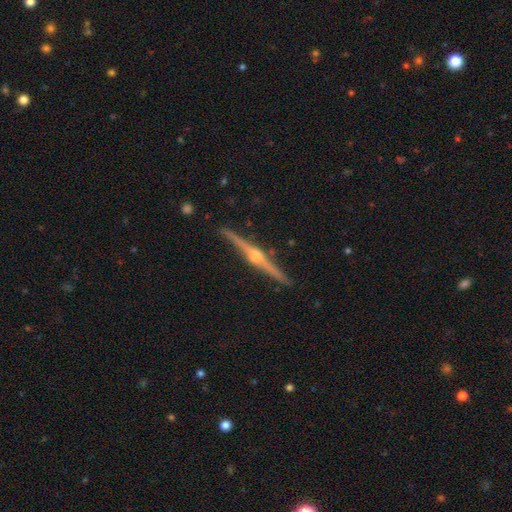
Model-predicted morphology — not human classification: Smooth or featured?
  - featured or disk: 89% *
  - smooth: 6%
  - star or artifact: 5%
Edge-on disk?
  - yes: 99% *
  - no: 1%
Edge-on bulge?
  - rounded: 93% *
  - boxy: 4%
  - none: 3%
Merging?
  - none: 92% *
  - minor disturbance: 6%
  - major disturbance: 1%
  - merger: 1%